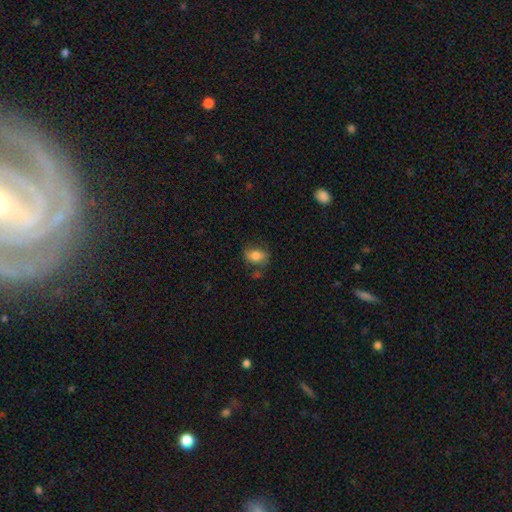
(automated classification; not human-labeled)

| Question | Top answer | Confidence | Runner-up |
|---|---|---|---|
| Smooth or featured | smooth | 74% | featured or disk (17%) |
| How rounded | in between | 77% | round (21%) |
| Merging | none | 60% | minor disturbance (25%) |